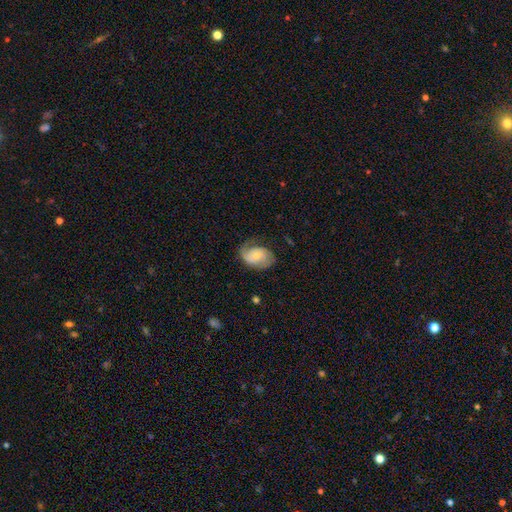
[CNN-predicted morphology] This appears to be a featured or disk galaxy (59%) with no bar (70%), spiral arms (87%) and a small central bulge (59%). Merging: none (55%).